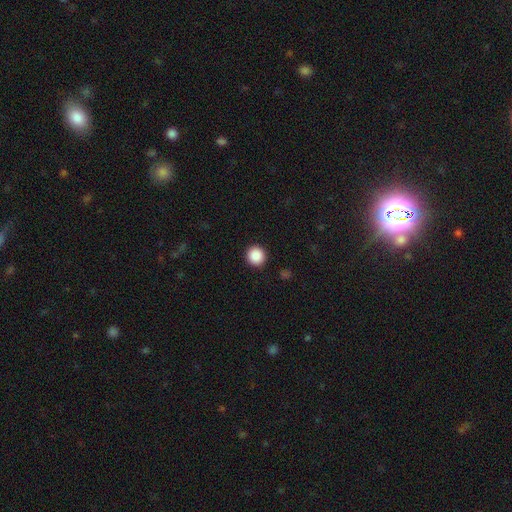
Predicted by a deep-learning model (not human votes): smooth 89%, star or artifact 9%, featured or disk 3%. Down the decision tree: how rounded — round (94%); merging — none (93%).